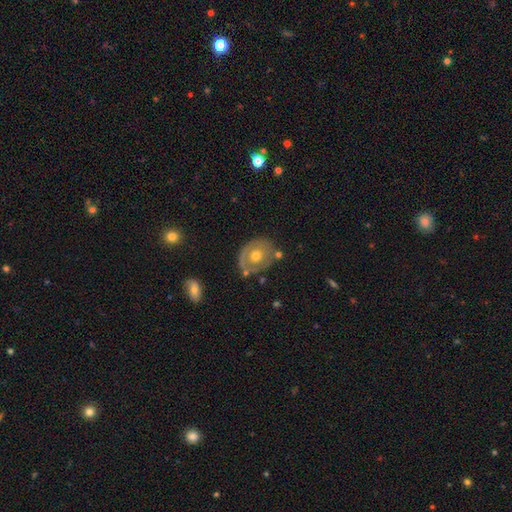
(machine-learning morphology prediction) A featured or disk galaxy (53%). Merging: none (65%).